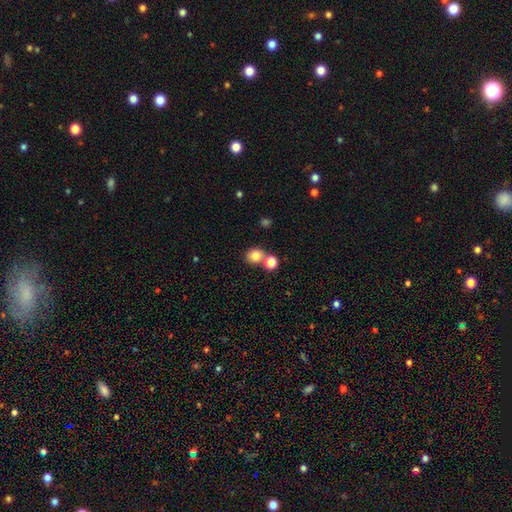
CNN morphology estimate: Q: Smooth or featured?
A: smooth (81%); runner-up: star or artifact (12%)
Q: How rounded?
A: round (79%); runner-up: in between (20%)
Q: Merging?
A: none (63%); runner-up: merger (25%)